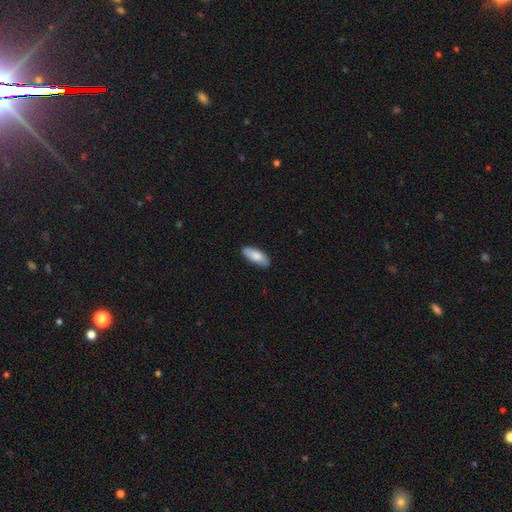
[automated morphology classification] smooth 81%, featured or disk 13%, star or artifact 6%. Down the decision tree: how rounded — in between (79%); merging — none (86%).